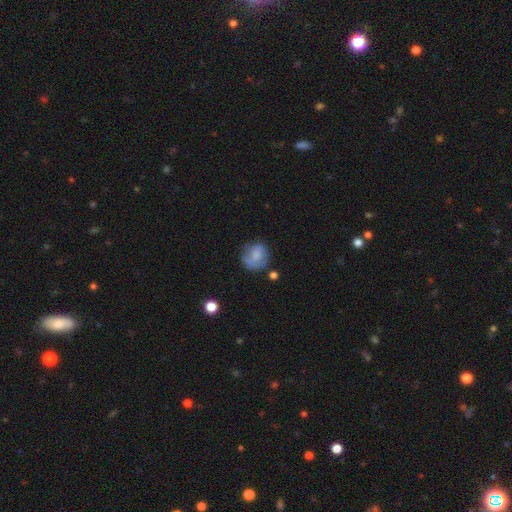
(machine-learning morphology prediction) This is possibly a smooth galaxy (58%). How rounded: likely round (74%). Merging: possibly none (55%).